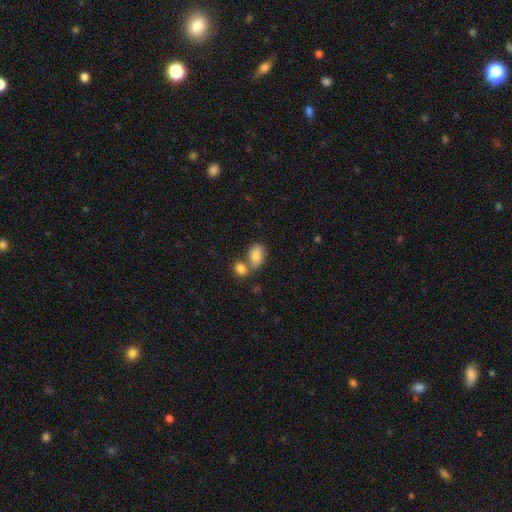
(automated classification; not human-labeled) smooth-or-featured: smooth: 84% | featured or disk: 8% | star or artifact: 8%
  how-rounded: in between: 86% | round: 13% | cigar-shaped: 2%
  merging: none: 43% | merger: 42% | minor disturbance: 11% | major disturbance: 4%